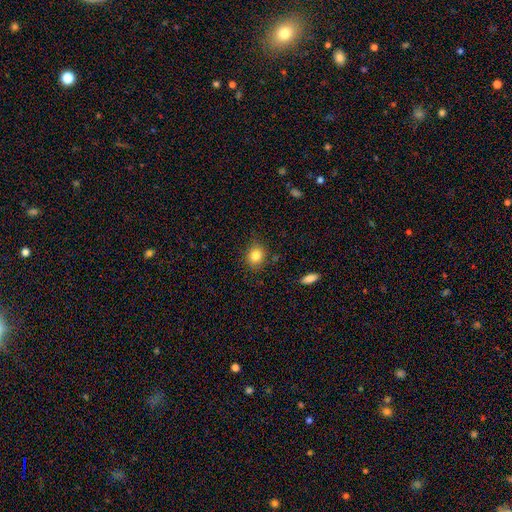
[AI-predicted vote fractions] A smooth galaxy with no disk features (83%) that is round (70%). Merging: none (82%).